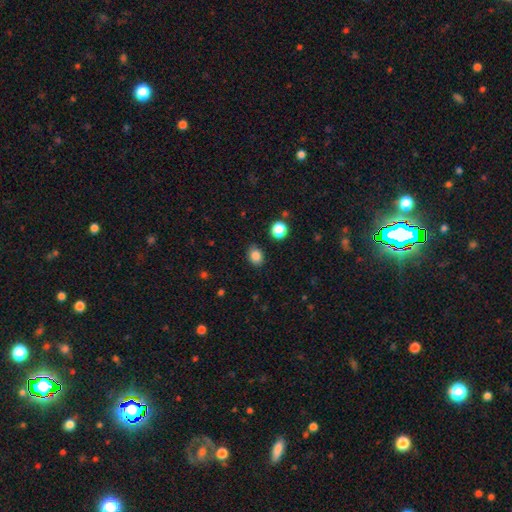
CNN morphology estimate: A smooth galaxy with no disk features (85%) that is round (51%). Merging: none (85%).